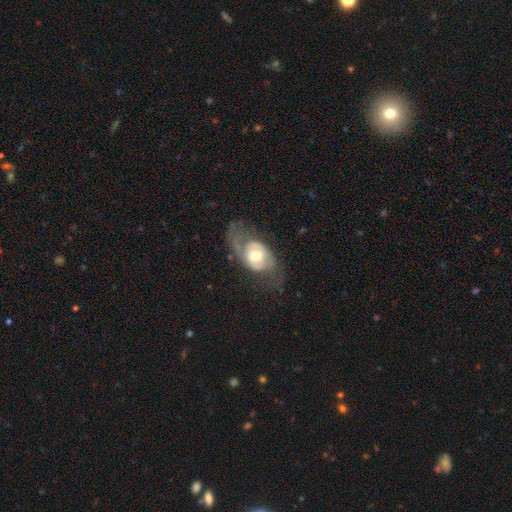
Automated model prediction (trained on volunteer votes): The model was most divided on "merging": none: 42%, major disturbance: 35%, minor disturbance: 22%, merger: 2%. More confident: edge-on disk — no (94%); spiral arms — yes (72%); smooth or featured — featured or disk (65%); bulge size — moderate (56%); bar — no (52%).